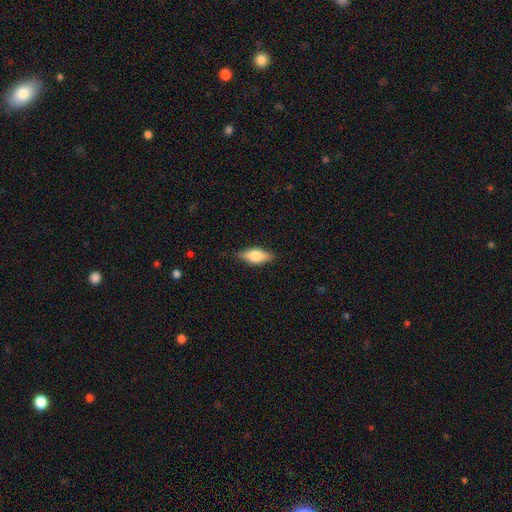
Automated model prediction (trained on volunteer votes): Smooth or featured? smooth (63%)
How rounded? in between (75%)
Merging? none (83%)